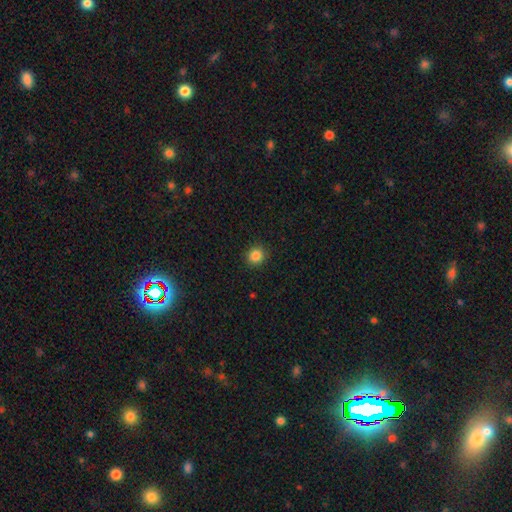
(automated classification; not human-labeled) smooth 85%, star or artifact 11%, featured or disk 4%. Down the decision tree: how rounded — round (91%); merging — none (91%).